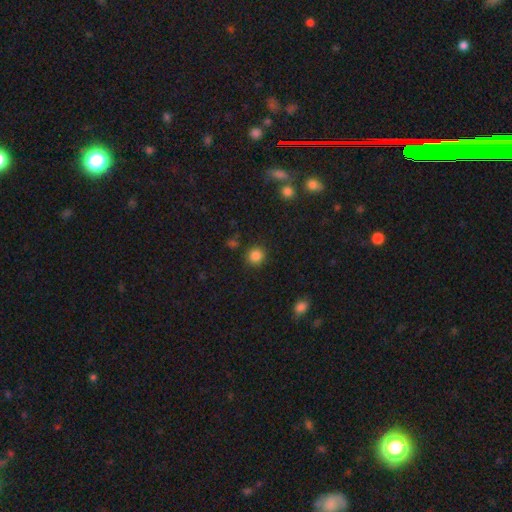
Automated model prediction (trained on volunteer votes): This appears to be a smooth galaxy with no disk features (85%) that is round (91%). Merging: none (88%).